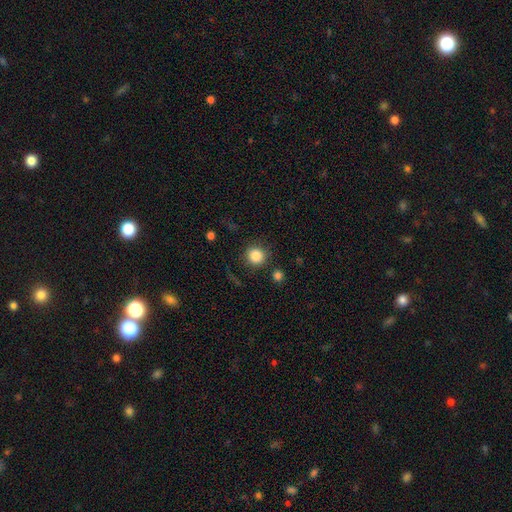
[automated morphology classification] Smooth or featured? smooth (84%)
How rounded? round (92%)
Merging? none (84%)